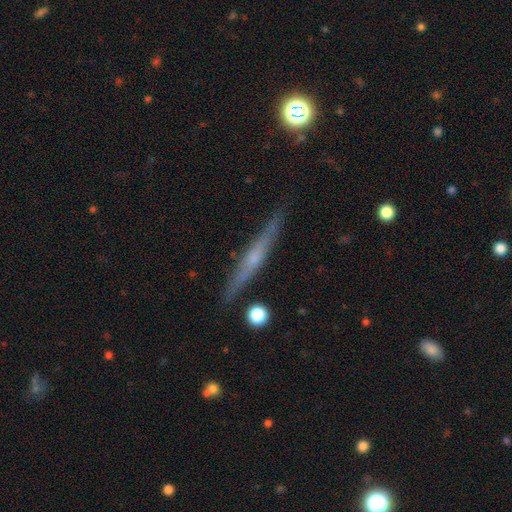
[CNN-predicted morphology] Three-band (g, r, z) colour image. It shows a featured or disk galaxy (67%) viewed edge-on (97%) with a rounded central bulge (55%). Merging: none (89%).